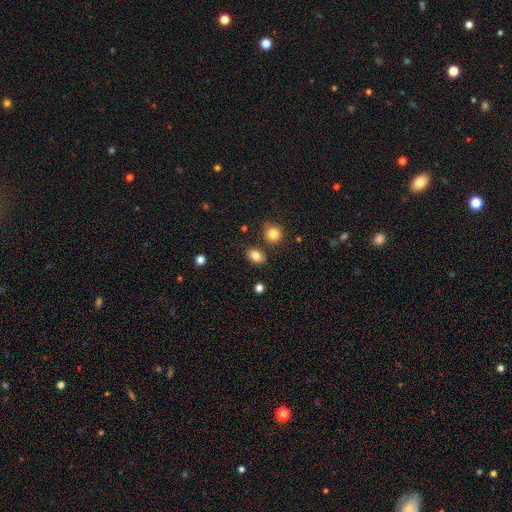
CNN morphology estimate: type=smooth (83%); roundness=in between (77%); merging=none (81%).